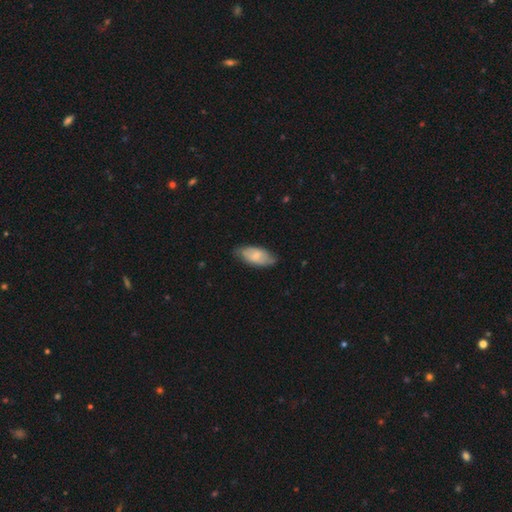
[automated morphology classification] Smooth or featured: smooth — 64% (featured or disk — 30%)
How rounded: in between — 91% (cigar-shaped — 7%)
Merging: none — 73% (minor disturbance — 22%)